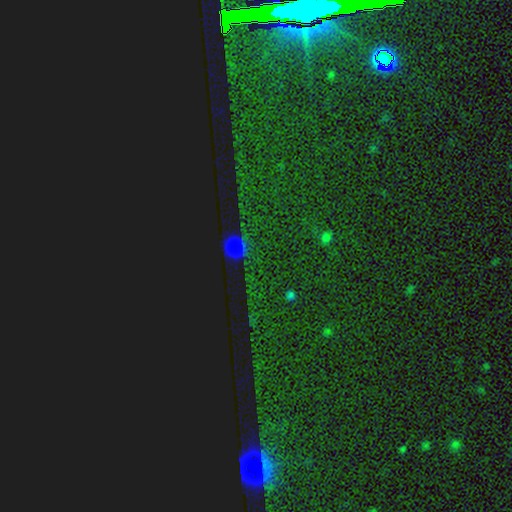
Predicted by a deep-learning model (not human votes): This appears to be a star or artifact, not a galaxy (83%).